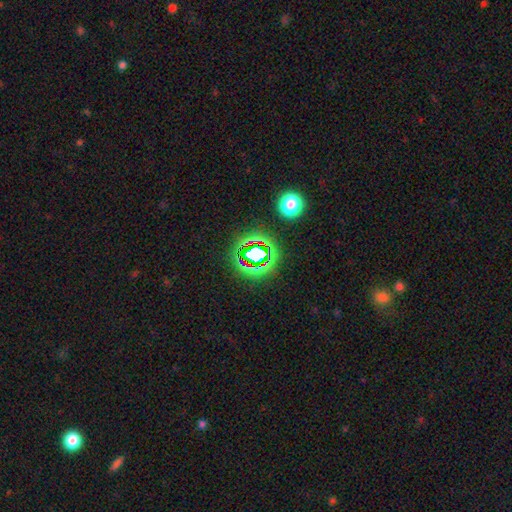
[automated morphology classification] A star or artifact, not a galaxy (70%).

Vote fractions:
- Smooth or featured? star or artifact: 70% / smooth: 19% / featured or disk: 11%